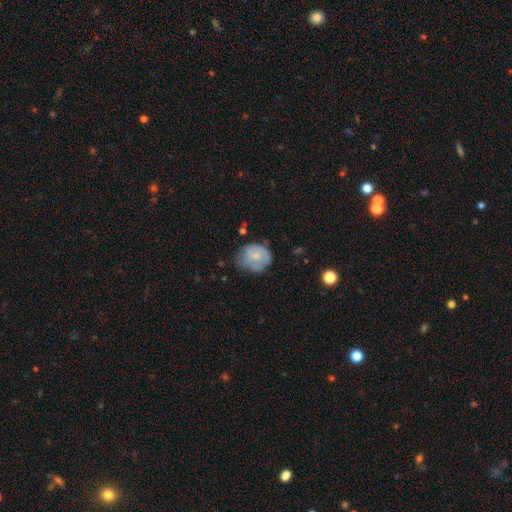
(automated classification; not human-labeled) smooth-or-featured: smooth: 58% | featured or disk: 35% | star or artifact: 7%
  how-rounded: round: 62% | in between: 37% | cigar-shaped: 1%
  merging: none: 42% | minor disturbance: 37% | major disturbance: 18% | merger: 3%